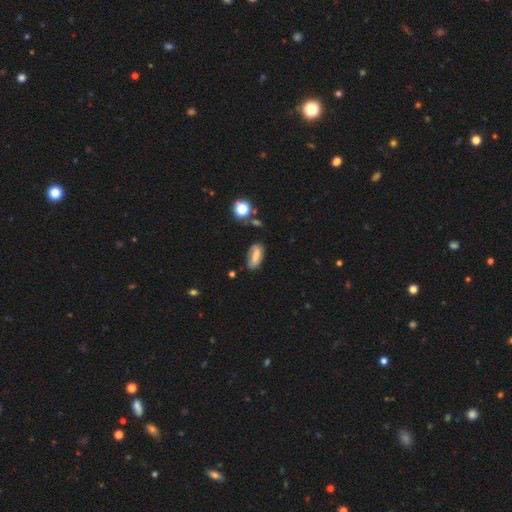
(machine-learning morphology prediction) type=smooth (60%); roundness=in between (79%); merging=none (68%).